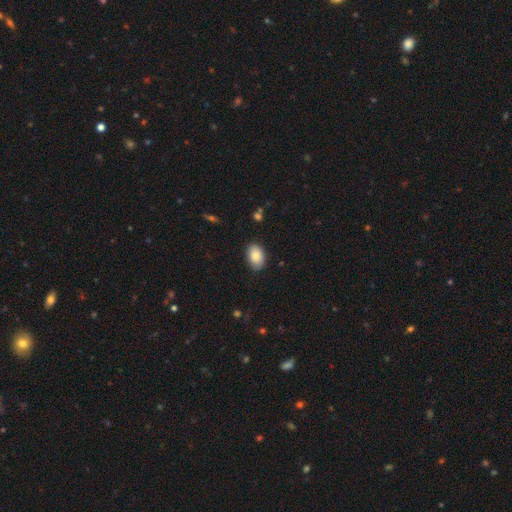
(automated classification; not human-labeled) Q: Smooth or featured?
A: smooth (84%); runner-up: featured or disk (9%)
Q: How rounded?
A: in between (89%); runner-up: round (10%)
Q: Merging?
A: none (85%); runner-up: minor disturbance (11%)